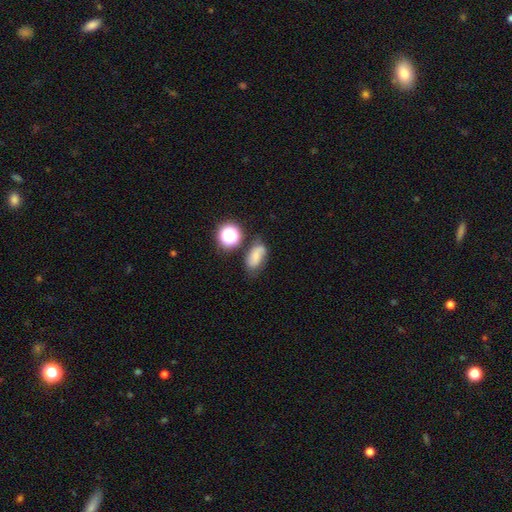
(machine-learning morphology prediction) Smooth or featured? Predicted: smooth (p=0.60). How rounded? Predicted: in between (p=0.81). Merging? Predicted: none (p=0.58).